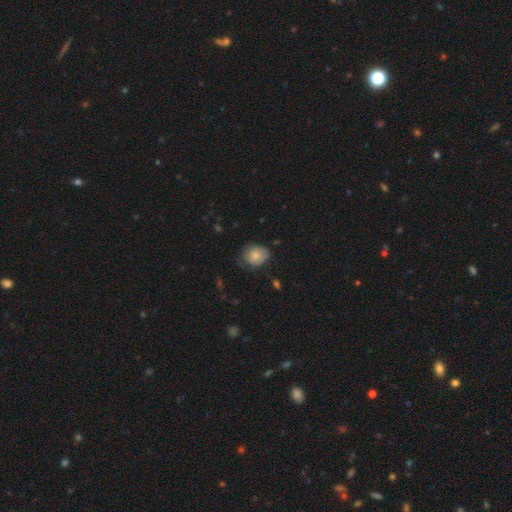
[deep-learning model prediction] A smooth galaxy with no disk features (75%) that is round (56%). Merging: none (54%).